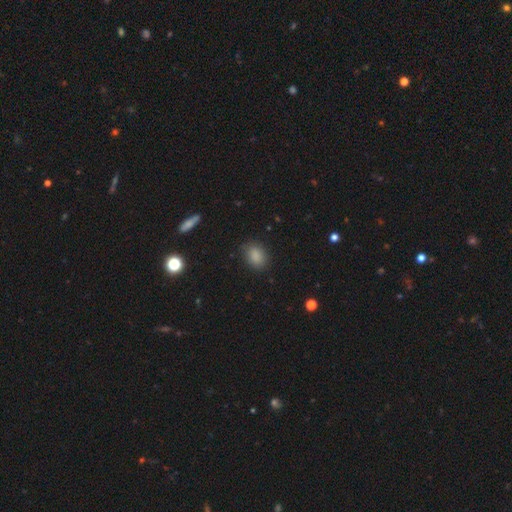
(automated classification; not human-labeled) Smooth or featured? Predicted: smooth (p=0.86). How rounded? Predicted: in between (p=0.67). Merging? Predicted: none (p=0.83).